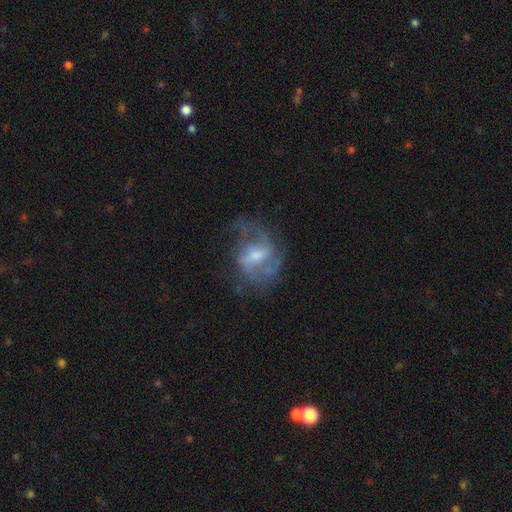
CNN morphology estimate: This is likely a featured or disk galaxy (79%). It is clearly not viewed edge-on (97%). Bar: possibly weak (54%). Spiral arm pattern: clearly yes (87%). Spiral arm count: possibly 2 (55%). Spiral winding: possibly medium (47%). Central bulge: possibly moderate (46%). Merging: possibly none (51%).